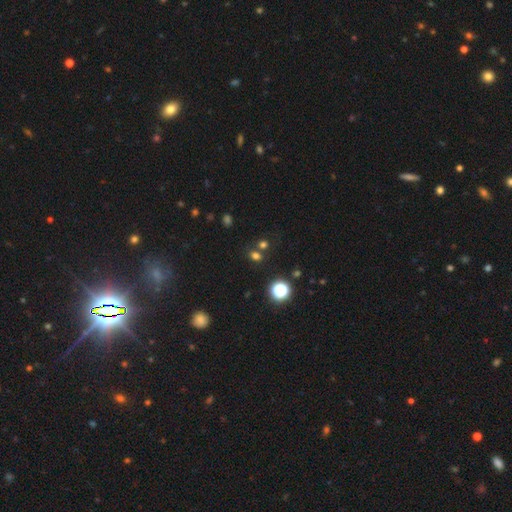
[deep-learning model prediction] Smooth or featured? Predicted: smooth (p=0.64). How rounded? Predicted: round (p=0.55). Merging? Predicted: none (p=0.62).